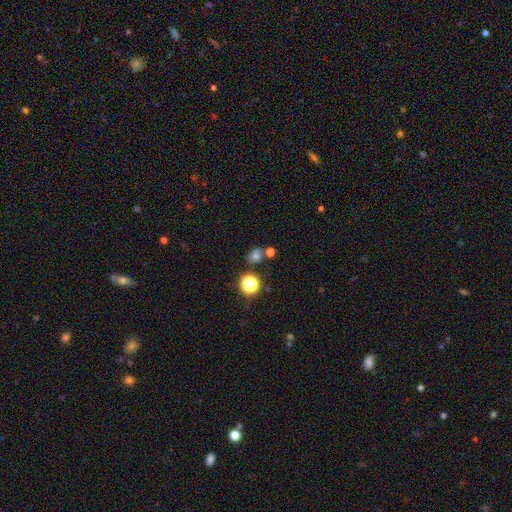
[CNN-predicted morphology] A smooth galaxy with no disk features (52%) that is round (69%). Merging: none (65%).